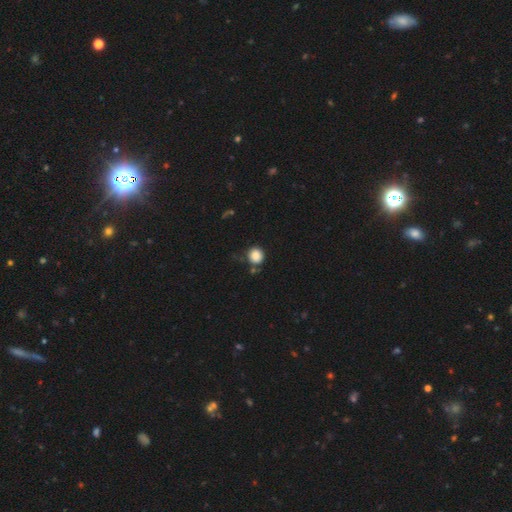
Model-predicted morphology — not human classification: Q: Smooth or featured?
A: smooth (86%); runner-up: star or artifact (10%)
Q: How rounded?
A: round (86%); runner-up: in between (13%)
Q: Merging?
A: none (75%); runner-up: minor disturbance (14%)